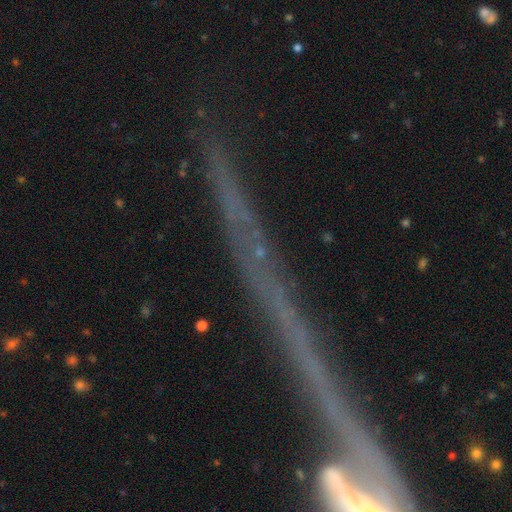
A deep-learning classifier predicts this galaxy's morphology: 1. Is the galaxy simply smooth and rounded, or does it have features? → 61% star or artifact, 25% featured or disk, 14% smooth.